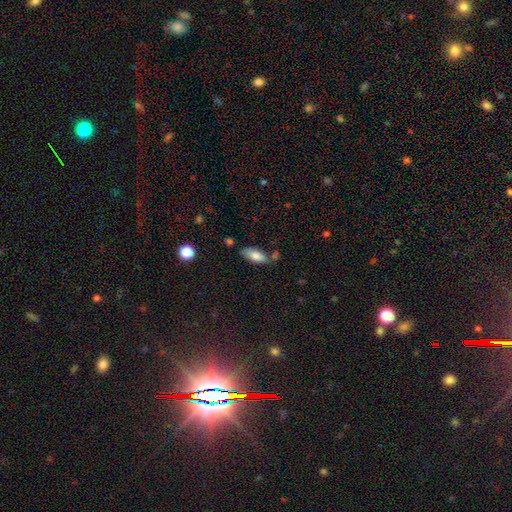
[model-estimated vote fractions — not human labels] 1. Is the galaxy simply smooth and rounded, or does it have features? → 80% smooth, 13% featured or disk, 7% star or artifact.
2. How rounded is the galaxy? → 84% in between, 14% cigar-shaped, 2% round.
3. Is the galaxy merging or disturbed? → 66% none, 20% minor disturbance, 9% merger, 5% major disturbance.